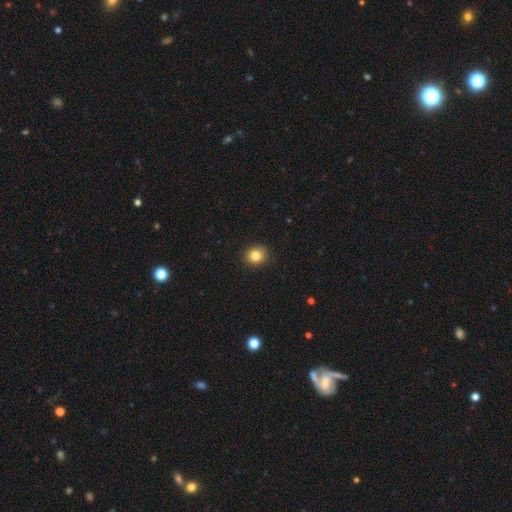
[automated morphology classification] Overall: smooth (82%). How rounded: round (79%). Merging: none (91%).